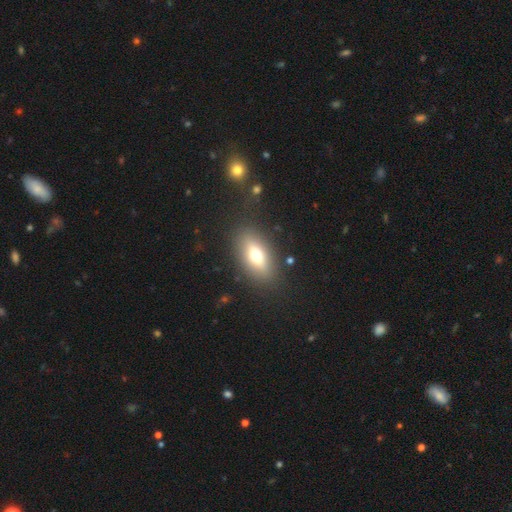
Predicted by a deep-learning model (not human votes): Overall: smooth (62%; featured or disk 28%). How rounded: in between (80%). Merging: none (85%).